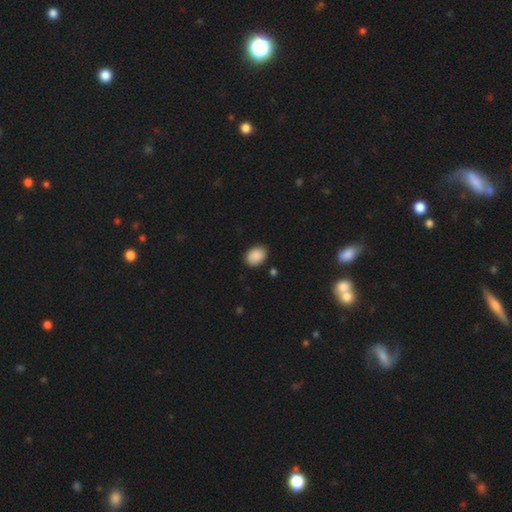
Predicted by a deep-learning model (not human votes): This is clearly a smooth galaxy (90%). How rounded: likely in between (73%). Merging: clearly none (87%).